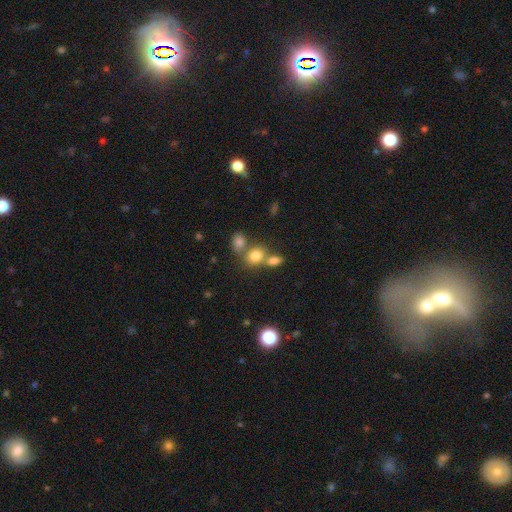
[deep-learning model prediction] Smooth or featured? Predicted: smooth (p=0.78). How rounded? Predicted: round (p=0.57). Merging? Predicted: none (p=0.44).